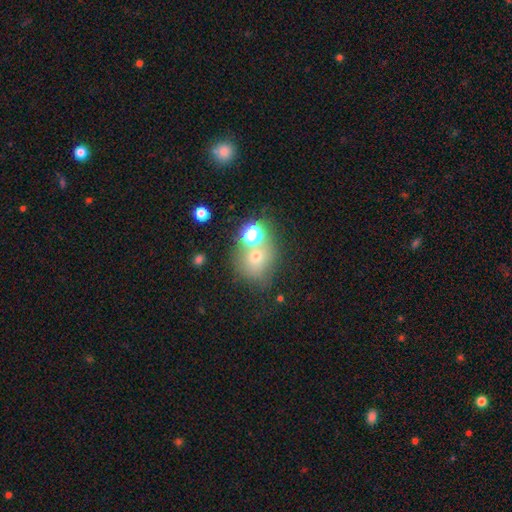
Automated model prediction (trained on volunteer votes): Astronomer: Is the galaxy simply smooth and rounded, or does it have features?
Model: smooth — 63%.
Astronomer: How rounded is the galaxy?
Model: round — 72%.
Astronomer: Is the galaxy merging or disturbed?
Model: none — 49% (runner-up: merger, 32%).